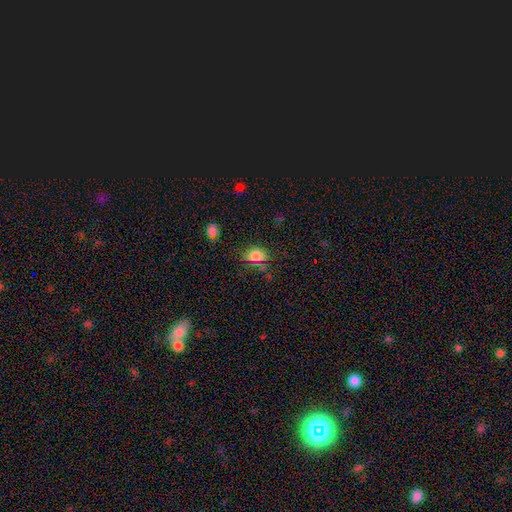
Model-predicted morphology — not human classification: Smooth or featured?
  - smooth: 74% *
  - star or artifact: 19%
  - featured or disk: 7%
How rounded?
  - in between: 59% *
  - round: 39%
  - cigar-shaped: 2%
Merging?
  - none: 76% *
  - minor disturbance: 15%
  - major disturbance: 5%
  - merger: 4%